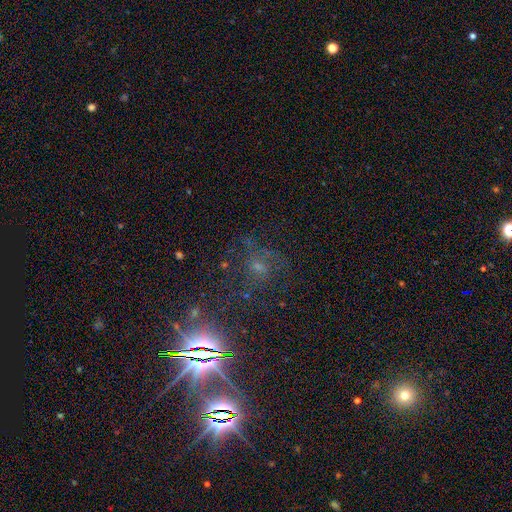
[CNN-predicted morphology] The model was most divided on "smooth or featured": star or artifact: 64%, featured or disk: 23%, smooth: 13%.